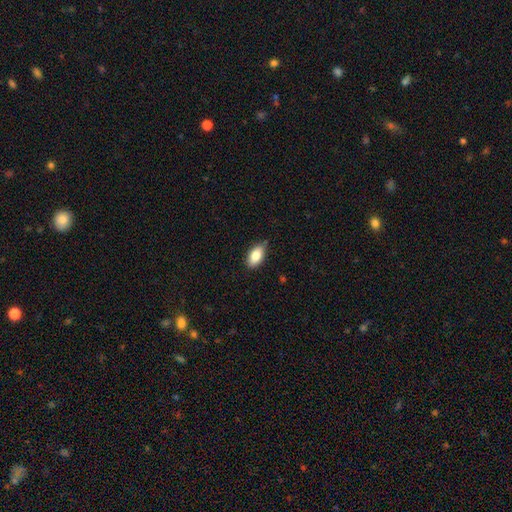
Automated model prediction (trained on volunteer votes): The model was most divided on "merging": none: 79%, minor disturbance: 17%, major disturbance: 2%, merger: 1%. More confident: how rounded — in between (92%); smooth or featured — smooth (83%).